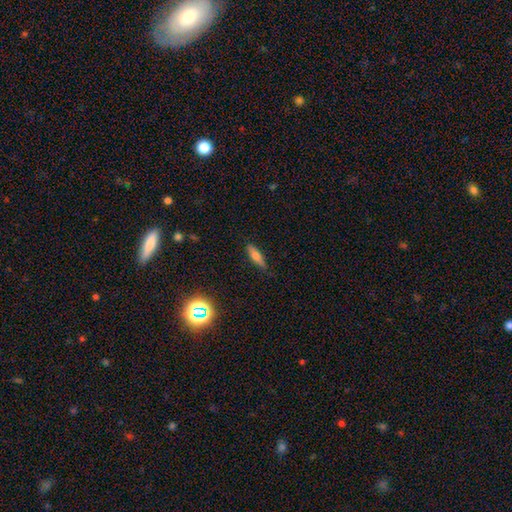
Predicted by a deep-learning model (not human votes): A smooth galaxy with no disk features (65%) that is cigar-shaped (63%). Merging: none (83%).